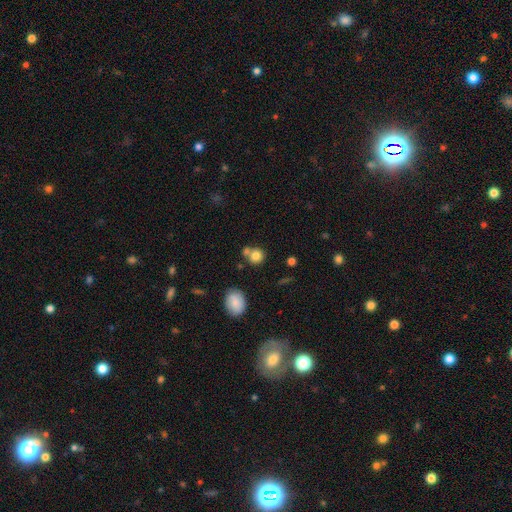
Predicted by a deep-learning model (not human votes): smooth 80%, star or artifact 11%, featured or disk 9%. Down the decision tree: how rounded — round (85%); merging — none (58%).